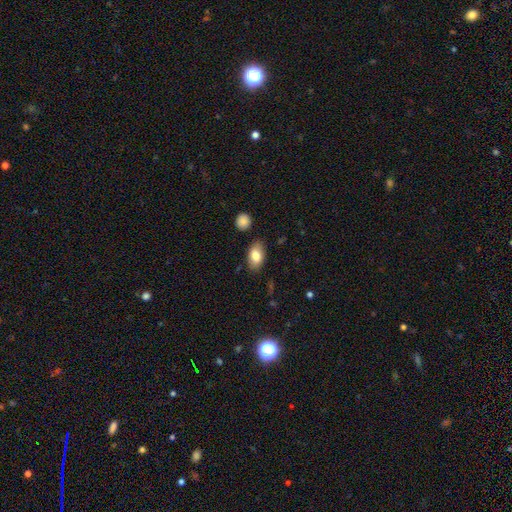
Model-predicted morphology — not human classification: type=smooth (81%); roundness=in between (91%); merging=none (83%).